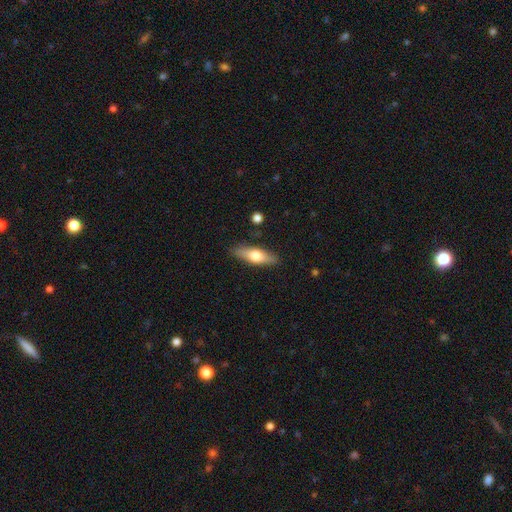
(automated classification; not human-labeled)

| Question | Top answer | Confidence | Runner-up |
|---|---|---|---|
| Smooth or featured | smooth | 55% | featured or disk (39%) |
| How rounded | cigar-shaped | 50% | in between (47%) |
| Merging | none | 86% | minor disturbance (10%) |